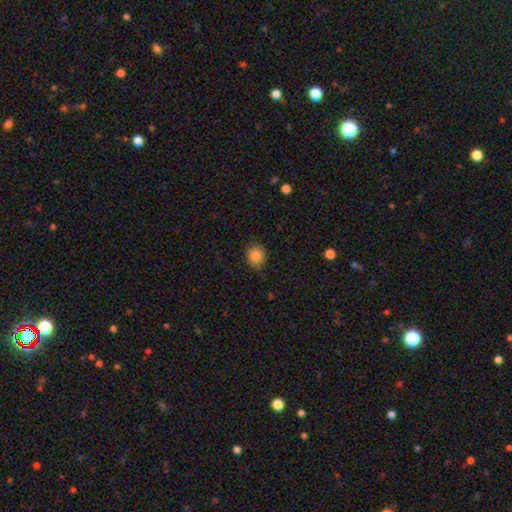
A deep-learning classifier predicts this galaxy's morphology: The model was most divided on "how rounded": round: 68%, in between: 31%, cigar-shaped: 1%. More confident: smooth or featured — smooth (86%); merging — none (81%).